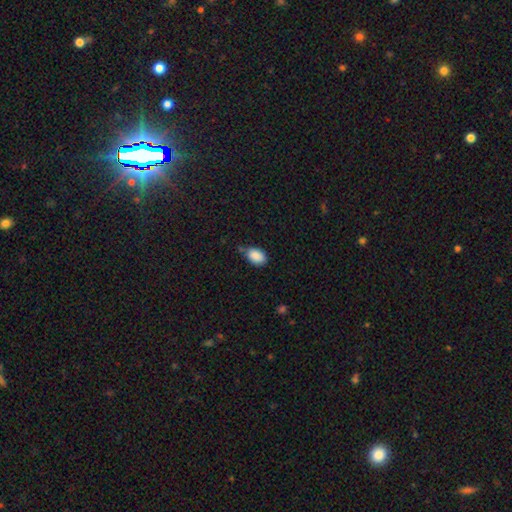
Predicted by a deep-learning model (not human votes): Overall: smooth (89%). How rounded: in between (88%). Merging: none (66%).